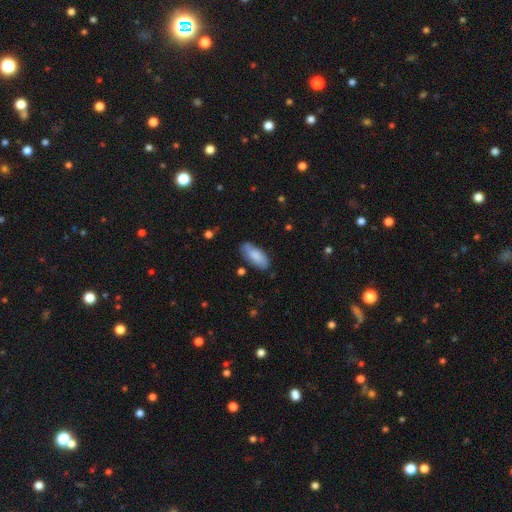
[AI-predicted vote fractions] Q: Smooth or featured?
A: smooth (79%); runner-up: featured or disk (15%)
Q: How rounded?
A: in between (85%); runner-up: cigar-shaped (13%)
Q: Merging?
A: none (72%); runner-up: minor disturbance (21%)